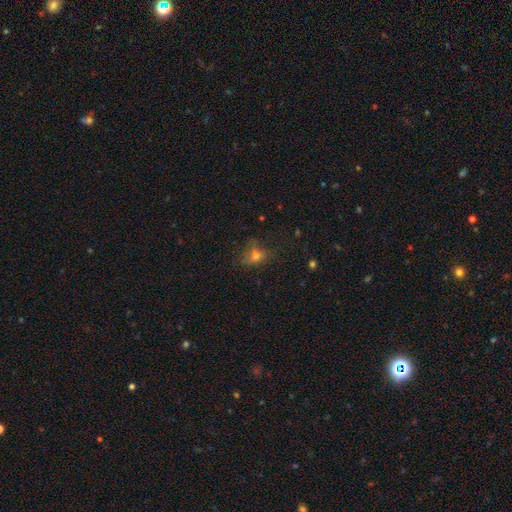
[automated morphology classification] Smooth or featured?
  - smooth: 56% *
  - star or artifact: 24%
  - featured or disk: 20%
How rounded?
  - in between: 58% *
  - round: 38%
  - cigar-shaped: 4%
Merging?
  - none: 57% *
  - minor disturbance: 23%
  - major disturbance: 17%
  - merger: 3%